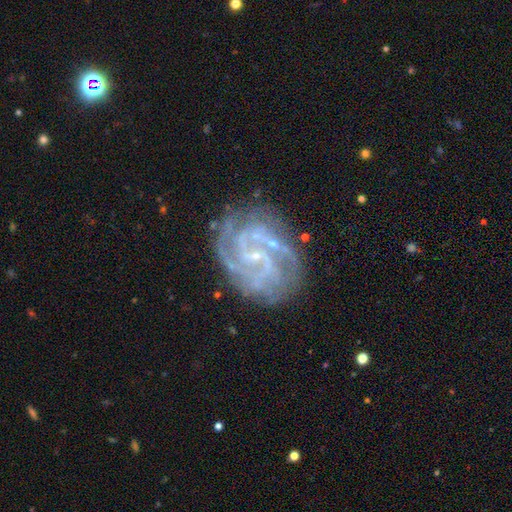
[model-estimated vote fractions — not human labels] Morphology: type=featured or disk (88%); edge-on=no (98%); bar=no (43%); spiral arms=yes (97%); winding=tight (51%); arm count=2 (28%); bulge=small (78%); merging=none (72%).